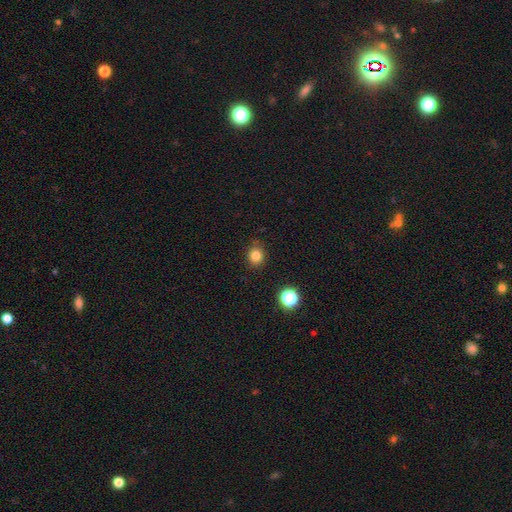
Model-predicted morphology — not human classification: Smooth or featured? Predicted: smooth (p=0.81). How rounded? Predicted: round (p=0.80). Merging? Predicted: none (p=0.84).